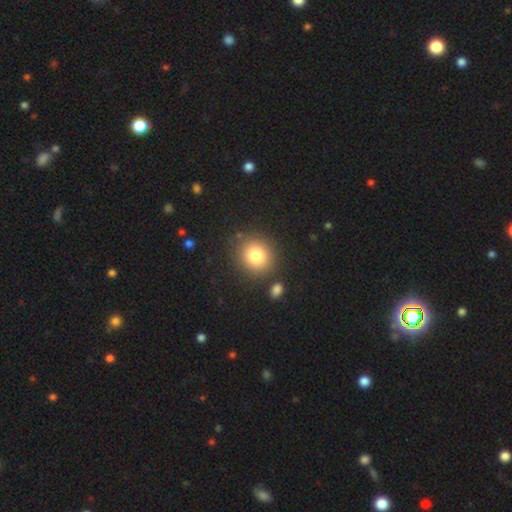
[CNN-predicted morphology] Overall: smooth (82%). How rounded: round (82%). Merging: none (83%).